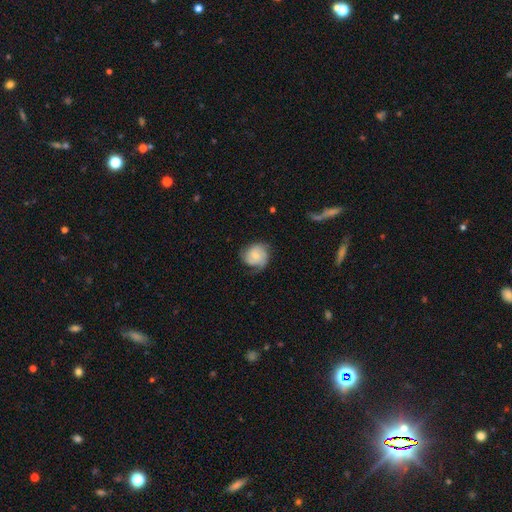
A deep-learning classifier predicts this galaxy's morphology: The model was most divided on "smooth or featured": featured or disk: 49%, smooth: 44%, star or artifact: 7%. More confident: merging — none (58%).